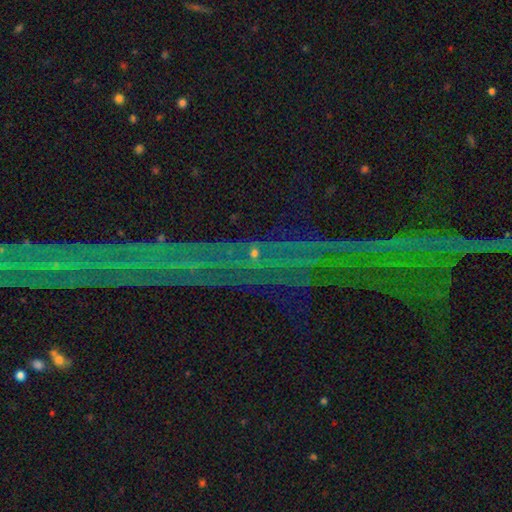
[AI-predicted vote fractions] smooth-or-featured: star or artifact: 78% | featured or disk: 13% | smooth: 9%